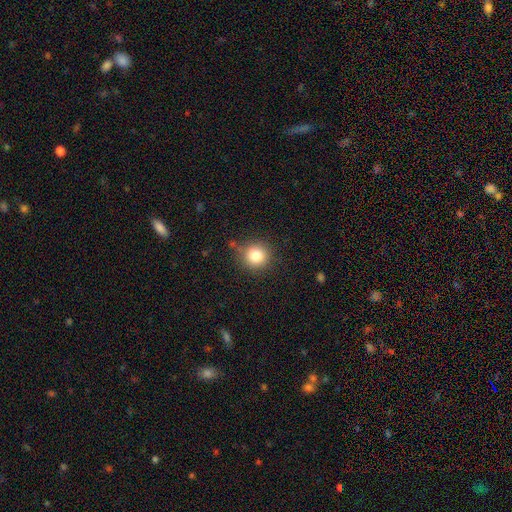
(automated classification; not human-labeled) Smooth or featured? Predicted: smooth (p=0.82). How rounded? Predicted: round (p=0.92). Merging? Predicted: none (p=0.83).